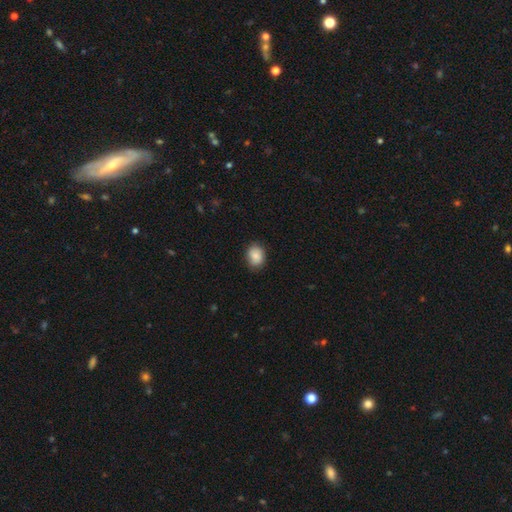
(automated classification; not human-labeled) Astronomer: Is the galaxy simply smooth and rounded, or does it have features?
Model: smooth — 86%.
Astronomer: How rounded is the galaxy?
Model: in between — 55% (runner-up: round, 44%).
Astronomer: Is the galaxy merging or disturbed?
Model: none — 81%.